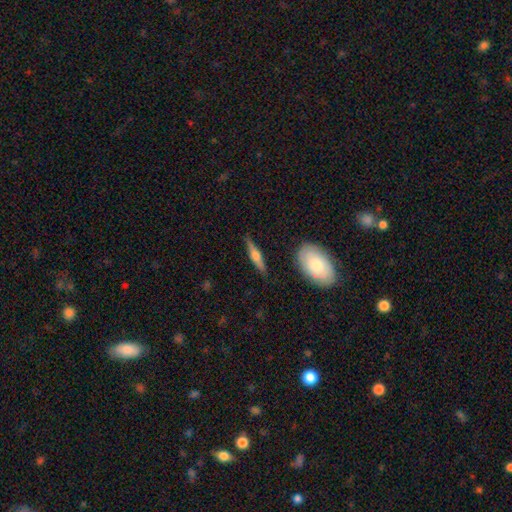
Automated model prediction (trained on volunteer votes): Smooth or featured?
  - featured or disk: 55% *
  - smooth: 39%
  - star or artifact: 6%
Edge-on disk?
  - yes: 95% *
  - no: 5%
Edge-on bulge?
  - rounded: 87% *
  - boxy: 7%
  - none: 5%
Merging?
  - none: 87% *
  - minor disturbance: 9%
  - major disturbance: 2%
  - merger: 2%